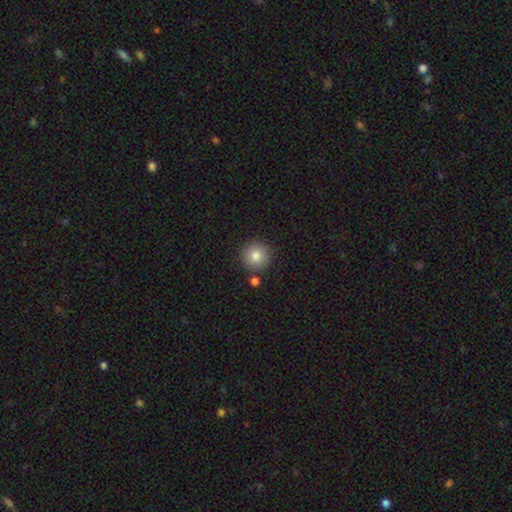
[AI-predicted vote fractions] This is clearly a smooth galaxy (83%). How rounded: clearly round (95%). Merging: clearly none (84%).